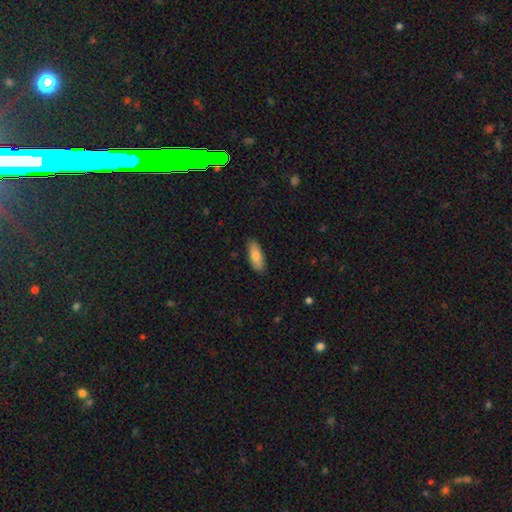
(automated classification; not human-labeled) This appears to be a smooth galaxy with no disk features (80%) that is in between round and cigar-shaped (75%). Merging: none (86%).